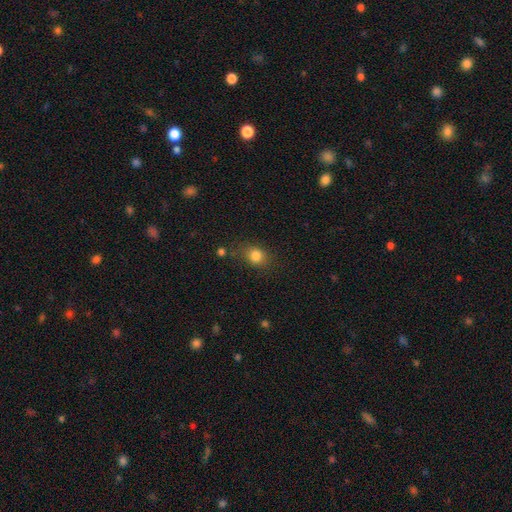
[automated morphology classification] smooth_or_featured: smooth (p=0.81) [alt: star or artifact p=0.12]
how_rounded: round (p=0.60) [alt: in between p=0.38]
merging: none (p=0.72) [alt: minor disturbance p=0.16]